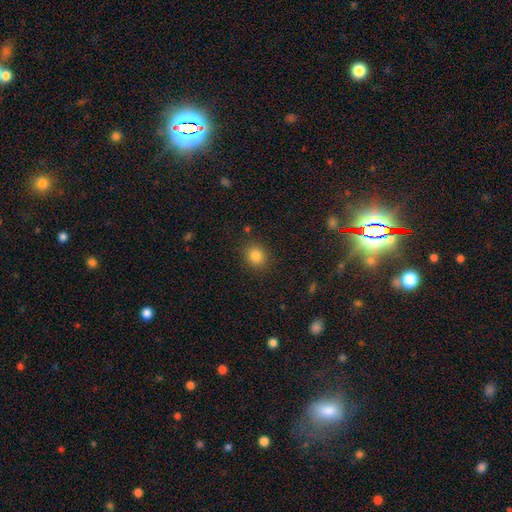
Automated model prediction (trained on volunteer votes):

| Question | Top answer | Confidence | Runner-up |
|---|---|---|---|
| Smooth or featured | smooth | 83% | star or artifact (12%) |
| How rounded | round | 77% | in between (22%) |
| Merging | none | 88% | minor disturbance (8%) |